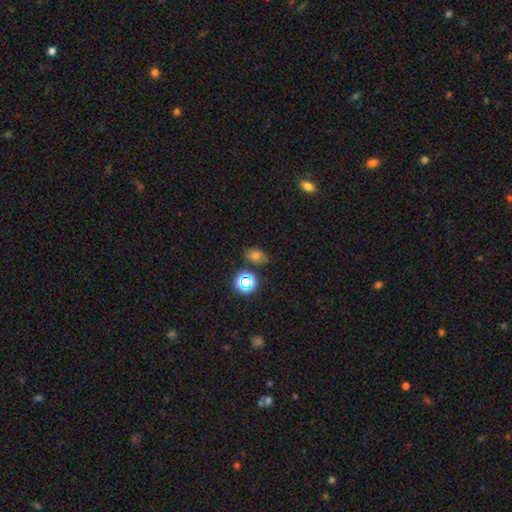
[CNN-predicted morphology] Overall: smooth (62%; star or artifact 27%). How rounded: in between (69%; round 29%). Merging: none (76%).